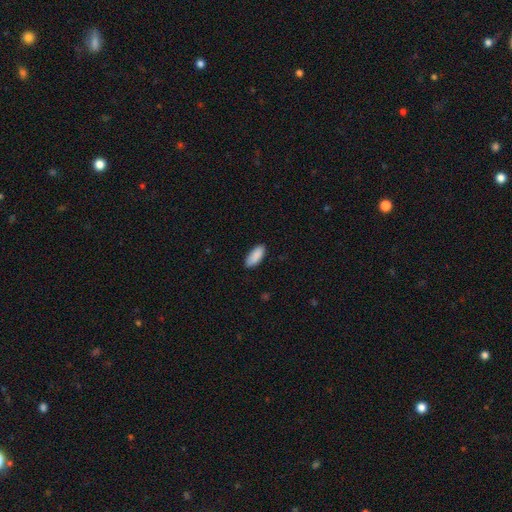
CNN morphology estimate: This is clearly a smooth galaxy (90%). How rounded: clearly in between (84%). Merging: clearly none (85%).